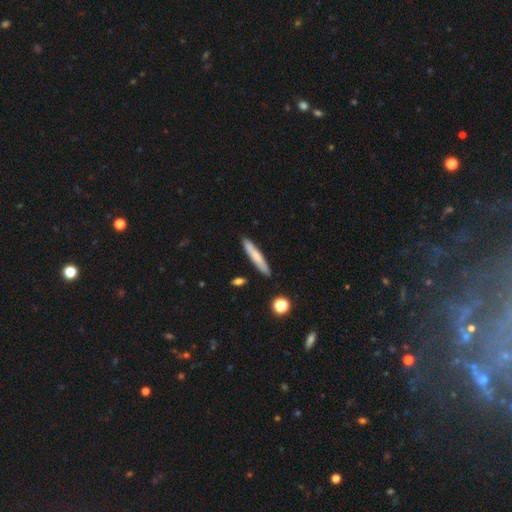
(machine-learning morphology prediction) This is likely a smooth galaxy (71%). How rounded: clearly cigar-shaped (92%). Merging: clearly none (87%).